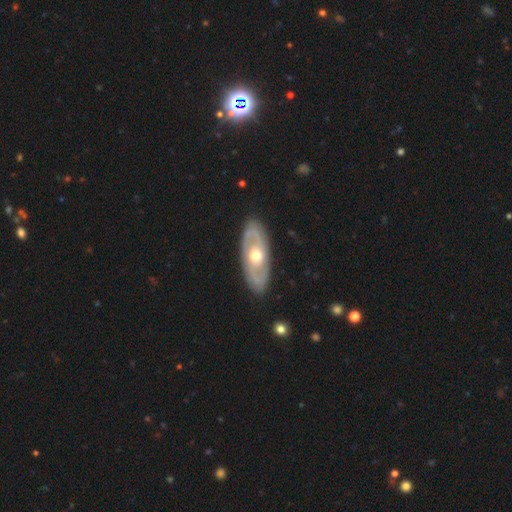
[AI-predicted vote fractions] Smooth or featured?
  - featured or disk: 73% *
  - smooth: 23%
  - star or artifact: 4%
Edge-on disk?
  - no: 85% *
  - yes: 15%
Bar?
  - no: 78% *
  - weak: 17%
  - strong: 5%
Spiral arms?
  - yes: 57% *
  - no: 43%
Bulge size?
  - moderate: 76% *
  - small: 12%
  - large: 10%
  - dominant: 1%
  - none: 1%
Merging?
  - none: 87% *
  - minor disturbance: 9%
  - major disturbance: 3%
  - merger: 1%